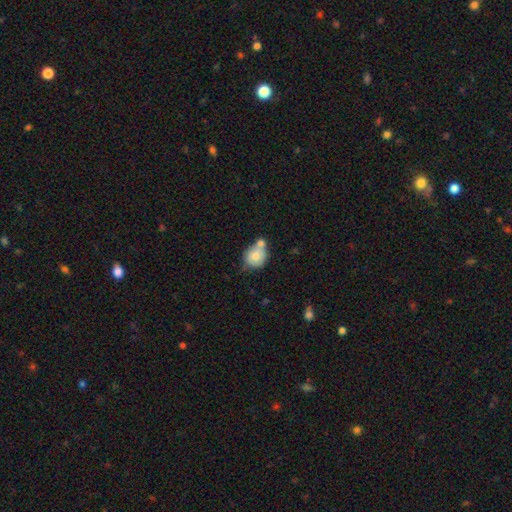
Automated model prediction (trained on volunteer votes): This appears to be a smooth galaxy with no disk features (75%) that is round (72%). Merging: merger (42%).